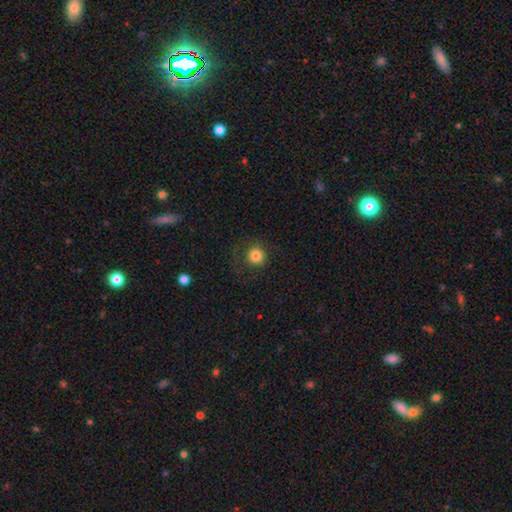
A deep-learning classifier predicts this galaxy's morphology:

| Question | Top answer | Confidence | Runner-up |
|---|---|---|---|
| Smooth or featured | smooth | 83% | star or artifact (11%) |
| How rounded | round | 93% | in between (6%) |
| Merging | none | 82% | minor disturbance (11%) |